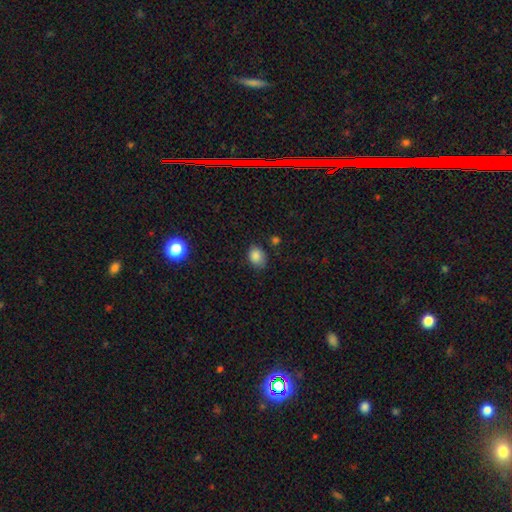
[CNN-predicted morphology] Smooth or featured? smooth (85%)
How rounded? in between (60%)
Merging? none (72%)